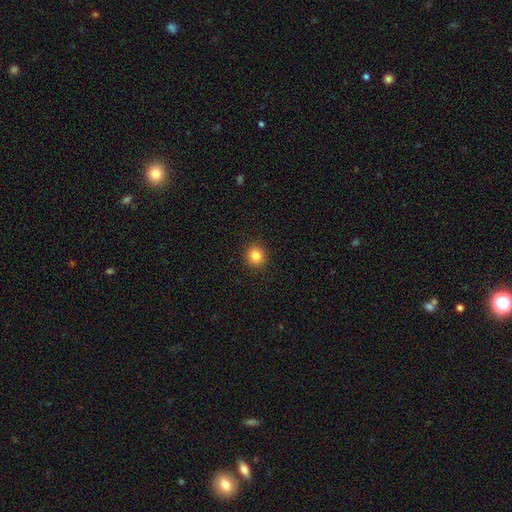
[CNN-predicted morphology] Smooth or featured: smooth — 84% (star or artifact — 11%)
How rounded: round — 89% (in between — 10%)
Merging: none — 92% (minor disturbance — 5%)